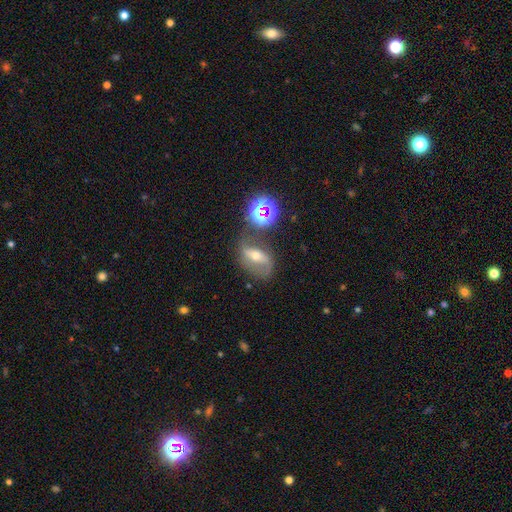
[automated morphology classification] smooth-or-featured: featured or disk: 67% | smooth: 19% | star or artifact: 14%
  disk-edge-on: no: 93% | yes: 7%
    bar: strong: 42% | weak: 32% | no: 26%
    has-spiral-arms: yes: 82% | no: 18%
      spiral-winding: loose: 51% | medium: 35% | tight: 14%
      spiral-arm-count: 2: 78% | 1: 12% | can't tell: 8% | 3: 1% | 4: 1% | more than 4: 1%
    bulge-size: moderate: 57% | small: 36% | large: 4% | none: 2% | dominant: 1%
  merging: none: 61% | minor disturbance: 20% | major disturbance: 12% | merger: 8%